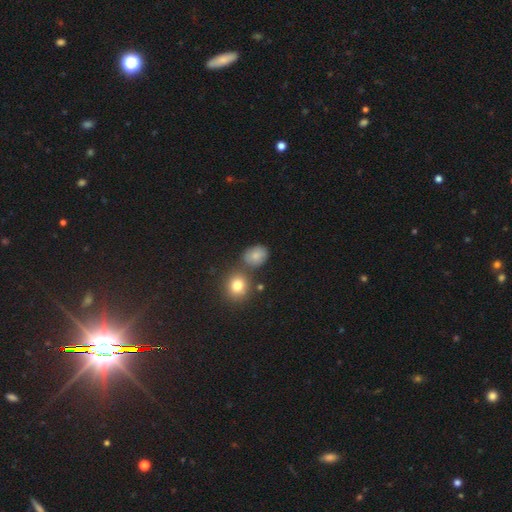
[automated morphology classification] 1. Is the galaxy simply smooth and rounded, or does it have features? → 77% smooth, 12% star or artifact, 10% featured or disk.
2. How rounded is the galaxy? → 54% in between, 44% round, 1% cigar-shaped.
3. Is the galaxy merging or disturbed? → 66% none, 17% minor disturbance, 12% merger, 5% major disturbance.